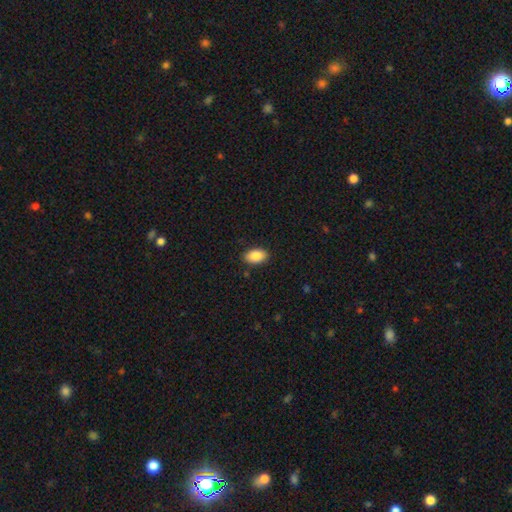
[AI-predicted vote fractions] A smooth galaxy with no disk features (88%) that is in between round and cigar-shaped (92%). Merging: none (88%).